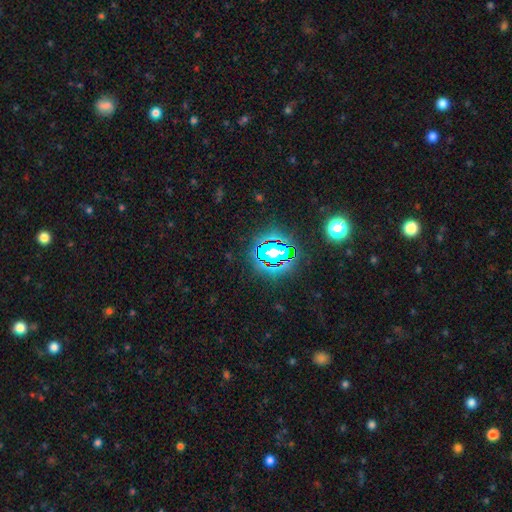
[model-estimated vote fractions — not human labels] This appears to be a star or artifact, not a galaxy (83%).